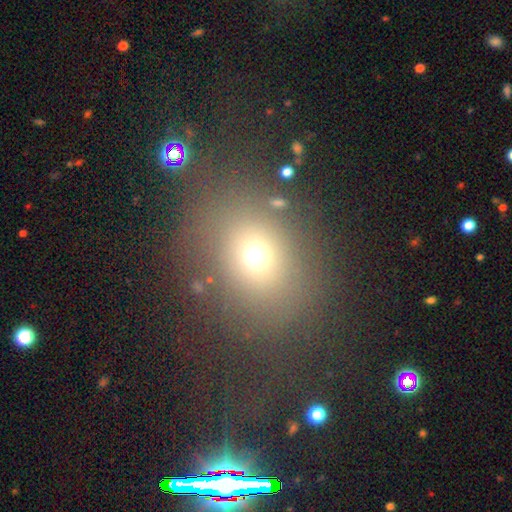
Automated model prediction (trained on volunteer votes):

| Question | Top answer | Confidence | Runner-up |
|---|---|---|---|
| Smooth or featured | smooth | 66% | star or artifact (21%) |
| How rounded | round | 61% | in between (38%) |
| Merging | none | 70% | minor disturbance (13%) |